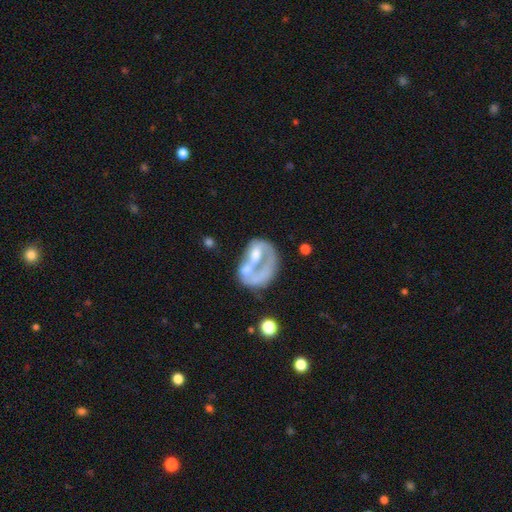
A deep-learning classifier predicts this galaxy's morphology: The model was most divided on "merging": merger: 33%, major disturbance: 31%, none: 24%, minor disturbance: 11%. Remaining: edge-on disk — no (97%); bar — no (79%); spiral arms — no (69%); smooth or featured — featured or disk (64%); bulge size — none (40%).